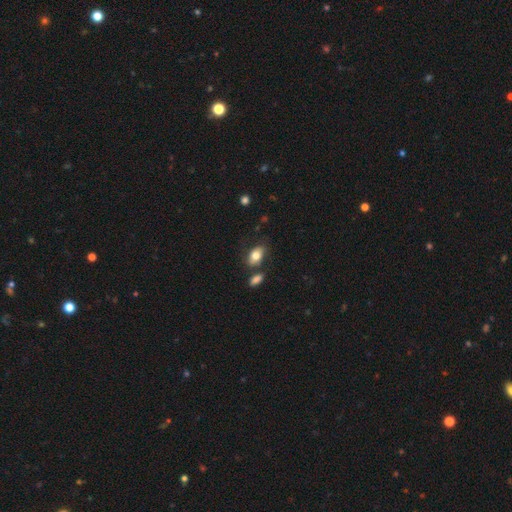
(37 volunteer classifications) A smooth galaxy with no disk features (78%) that is in between round and cigar-shaped (90%). Merging: none (69%).